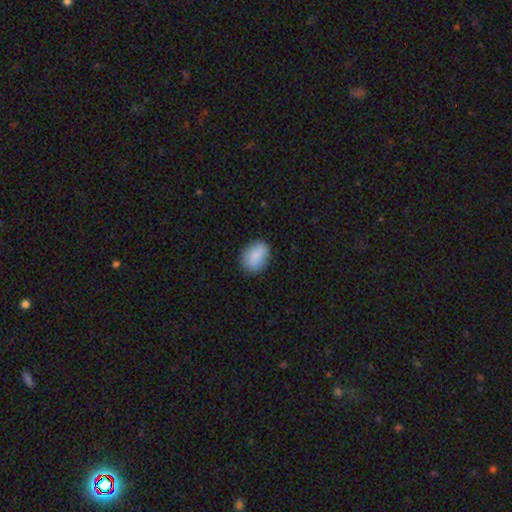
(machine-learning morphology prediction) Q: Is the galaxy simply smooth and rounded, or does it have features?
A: smooth — 88%.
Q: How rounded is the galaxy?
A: in between — 70%.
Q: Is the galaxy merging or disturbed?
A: none — 83%.